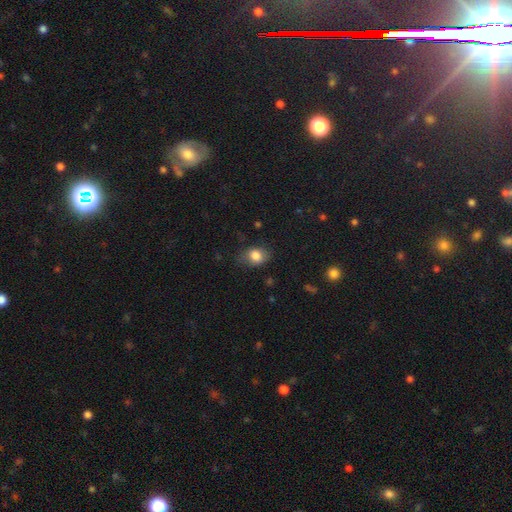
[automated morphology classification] A smooth galaxy with no disk features (82%) that is in between round and cigar-shaped (66%). Merging: none (69%).